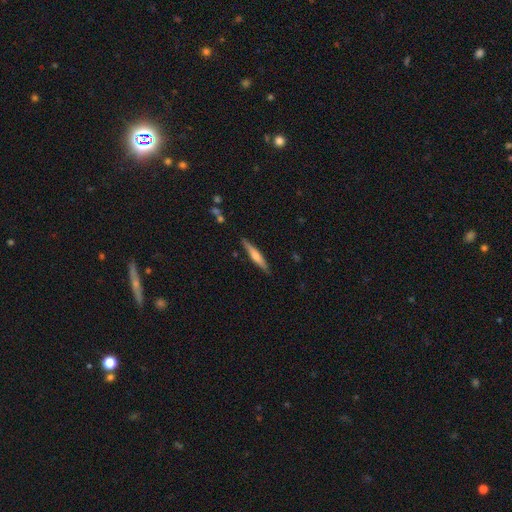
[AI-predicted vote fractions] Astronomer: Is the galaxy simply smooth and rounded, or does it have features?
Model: smooth — 52% (runner-up: featured or disk, 43%).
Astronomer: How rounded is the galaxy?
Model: cigar-shaped — 91%.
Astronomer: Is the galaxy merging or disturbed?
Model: none — 87%.